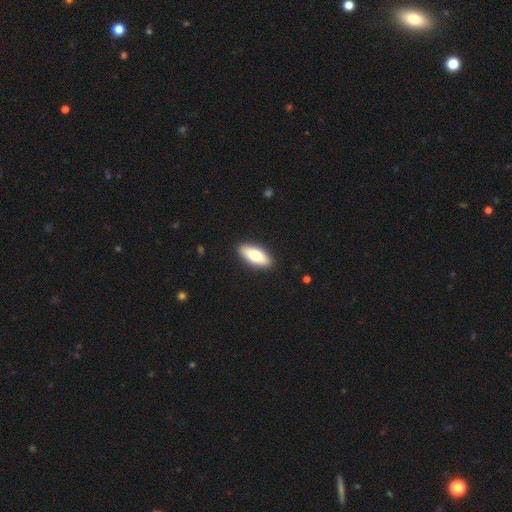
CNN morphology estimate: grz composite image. It shows a smooth galaxy with no disk features (72%) that is in between round and cigar-shaped (81%). Merging: none (90%).